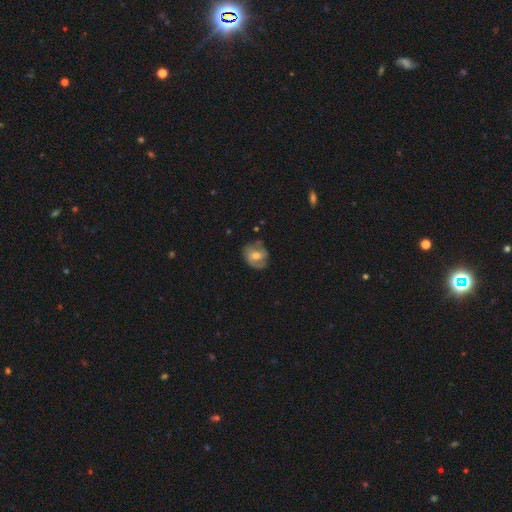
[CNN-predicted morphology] A featured or disk galaxy (49%).

Vote fractions:
- Smooth or featured? featured or disk: 49% / smooth: 44% / star or artifact: 8%
- Merging? none: 62% / minor disturbance: 26% / major disturbance: 9% / merger: 2%